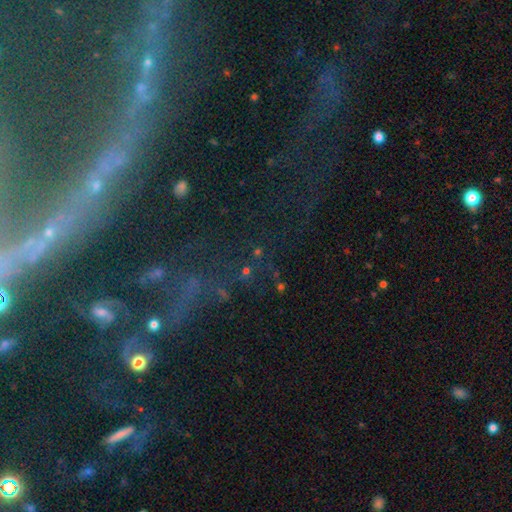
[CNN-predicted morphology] This is possibly a star or artifact rather than a galaxy (50%).